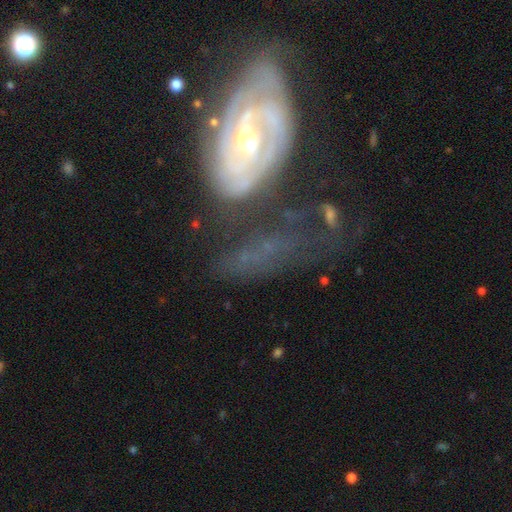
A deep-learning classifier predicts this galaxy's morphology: A featured or disk galaxy (78%) with no bar (52%), 2 (39%) tight (65%) spiral arms (84%) and a moderate central bulge (59%). Merging: none (44%).